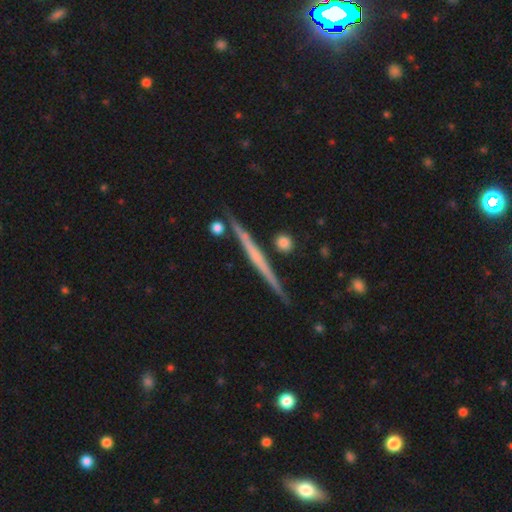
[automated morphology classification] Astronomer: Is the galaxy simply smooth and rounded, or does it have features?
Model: featured or disk — 66%.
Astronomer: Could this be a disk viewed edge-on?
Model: yes — 98%.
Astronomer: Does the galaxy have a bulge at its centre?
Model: none — 80%.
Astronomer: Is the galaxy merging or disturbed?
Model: none — 89%.